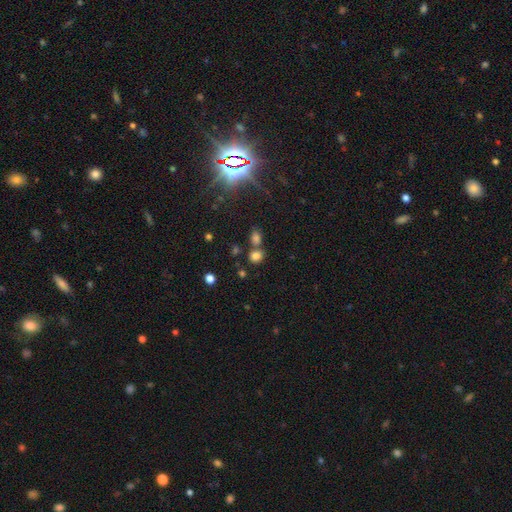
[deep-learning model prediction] smooth_or_featured: smooth (p=0.78) [alt: star or artifact p=0.16]
how_rounded: round (p=0.66) [alt: in between p=0.33]
merging: none (p=0.59) [alt: merger p=0.27]